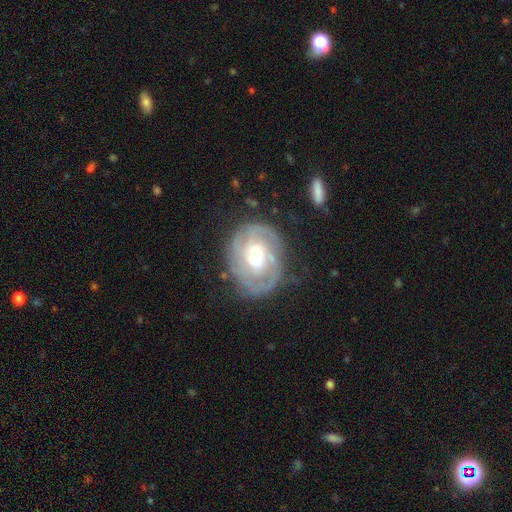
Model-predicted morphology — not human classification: featured or disk 80%, smooth 14%, star or artifact 6%. Down the decision tree: edge-on disk — no (97%); bar — no (47%); spiral arms — yes (88%); spiral arm count — 2 (36%); spiral winding — tight (63%); bulge size — moderate (56%); merging — none (68%).